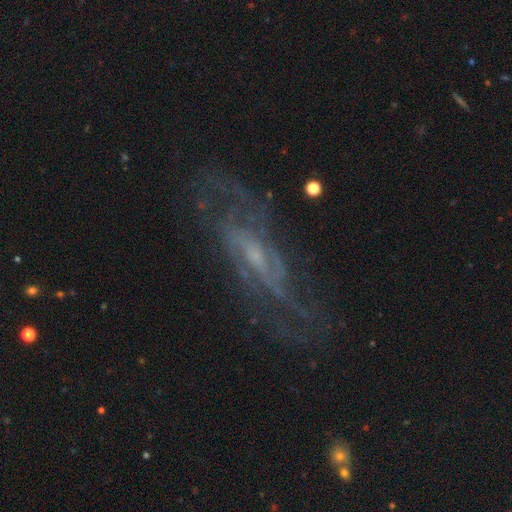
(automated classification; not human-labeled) Overall: featured or disk (83%). Edge-on disk: no (85%). Bar: weak (49%; no 34%). Spiral arms: yes (91%). Spiral arm count: can't tell (37%; 2 36%). Spiral winding: medium (44%; tight 37%). Bulge size: small (59%; moderate 27%). Merging: none (73%).